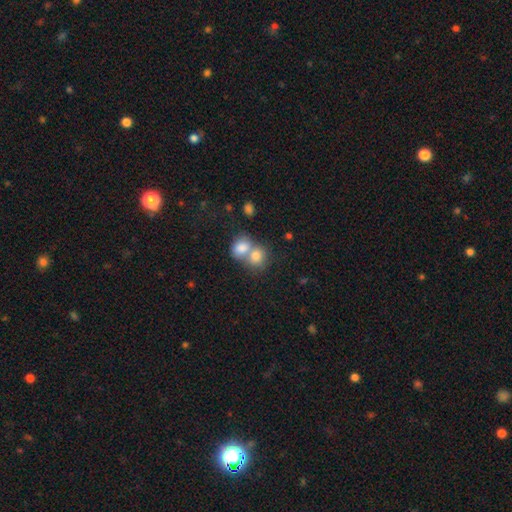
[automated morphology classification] smooth 79%, featured or disk 12%, star or artifact 9%. Down the decision tree: how rounded — round (58%); merging — merger (65%).